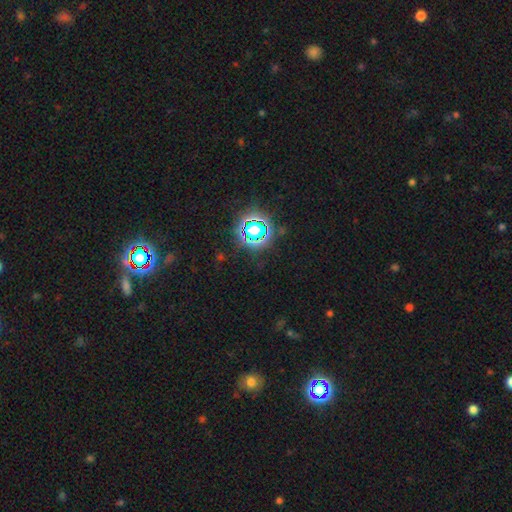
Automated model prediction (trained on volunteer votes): A star or artifact, not a galaxy (78%).